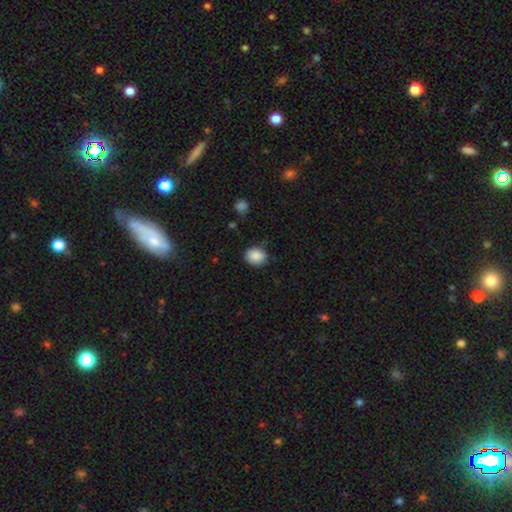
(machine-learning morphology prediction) A smooth galaxy with no disk features (88%) that is round (61%).

Vote fractions:
- Smooth or featured? smooth: 88% / star or artifact: 8% / featured or disk: 4%
- How rounded? round: 61% / in between: 38% / cigar-shaped: 1%
- Merging? none: 81% / minor disturbance: 14% / major disturbance: 3% / merger: 2%